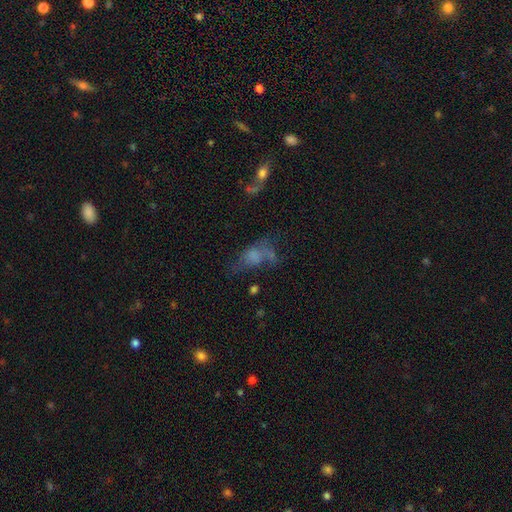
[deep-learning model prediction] The model was most divided on "merging": major disturbance: 34%, none: 31%, minor disturbance: 19%, merger: 16%. Remaining: smooth or featured — smooth (47%).